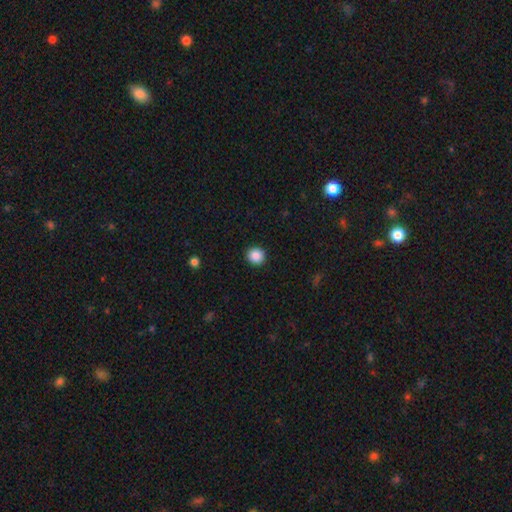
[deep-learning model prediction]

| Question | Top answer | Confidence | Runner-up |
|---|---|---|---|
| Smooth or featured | smooth | 88% | star or artifact (9%) |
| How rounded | round | 90% | in between (9%) |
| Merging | none | 92% | minor disturbance (5%) |